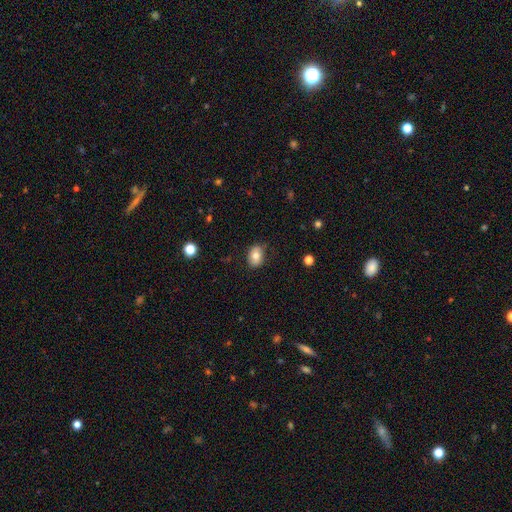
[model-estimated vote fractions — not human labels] Smooth or featured? Predicted: smooth (p=0.77). How rounded? Predicted: in between (p=0.78). Merging? Predicted: none (p=0.80).